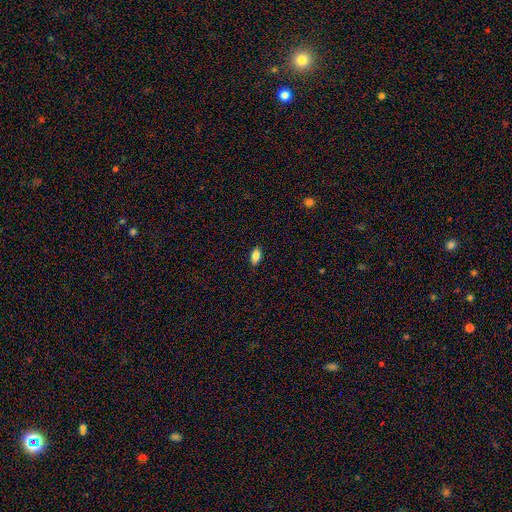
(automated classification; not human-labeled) Smooth or featured: smooth — 84% (featured or disk — 8%)
How rounded: in between — 89% (cigar-shaped — 7%)
Merging: none — 87% (minor disturbance — 10%)